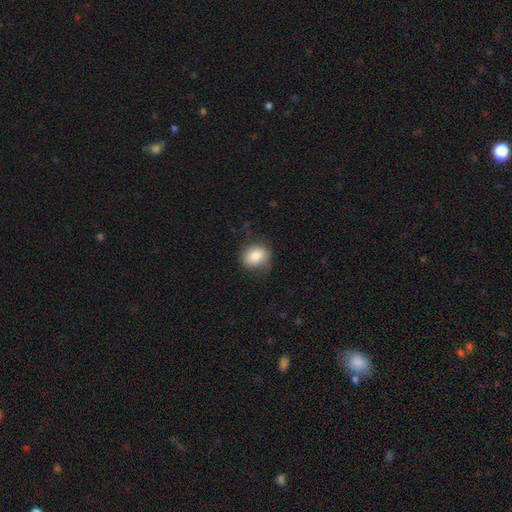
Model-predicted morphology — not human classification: smooth 82%, featured or disk 10%, star or artifact 8%. Down the decision tree: how rounded — round (66%); merging — none (73%).